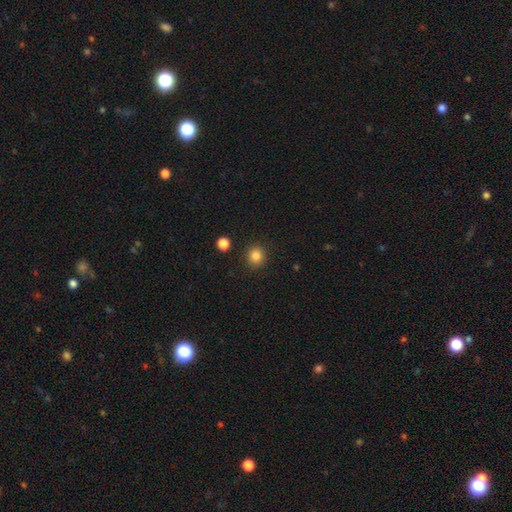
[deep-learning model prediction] This appears to be a smooth galaxy with no disk features (85%) that is round (89%). Merging: none (90%).